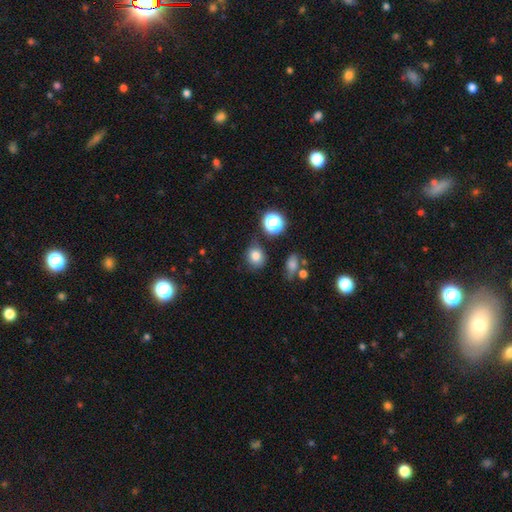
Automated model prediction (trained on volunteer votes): Smooth or featured: smooth — 79% (star or artifact — 14%)
How rounded: round — 75% (in between — 24%)
Merging: none — 78% (minor disturbance — 14%)